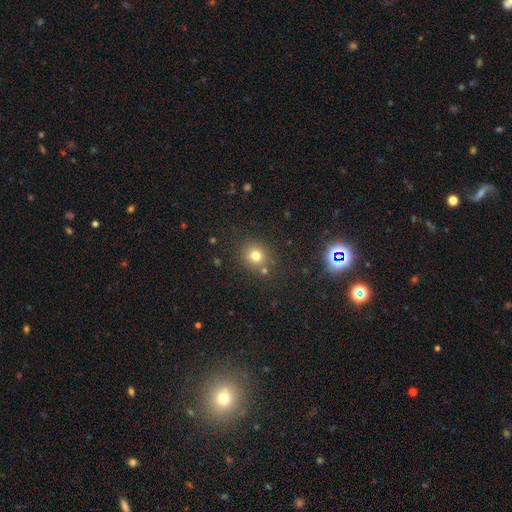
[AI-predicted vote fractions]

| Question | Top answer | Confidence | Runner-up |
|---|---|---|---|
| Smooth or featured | smooth | 76% | star or artifact (17%) |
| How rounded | round | 86% | in between (13%) |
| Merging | none | 79% | minor disturbance (10%) |